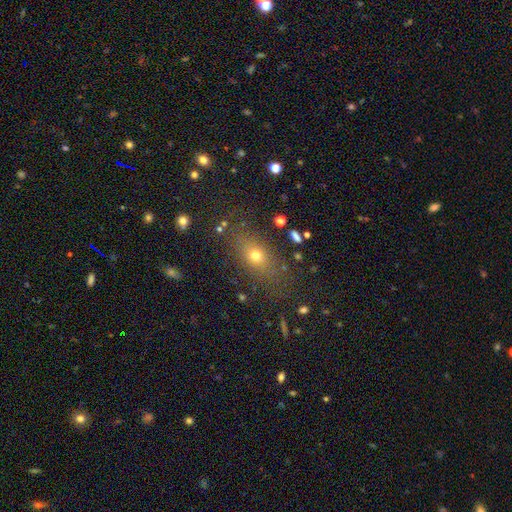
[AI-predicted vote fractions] Smooth or featured? smooth (66%)
How rounded? in between (61%)
Merging? none (78%)